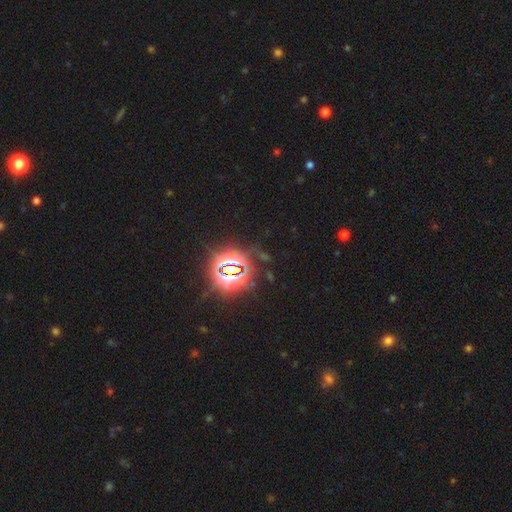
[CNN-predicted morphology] This appears to be a star or artifact, not a galaxy (82%).